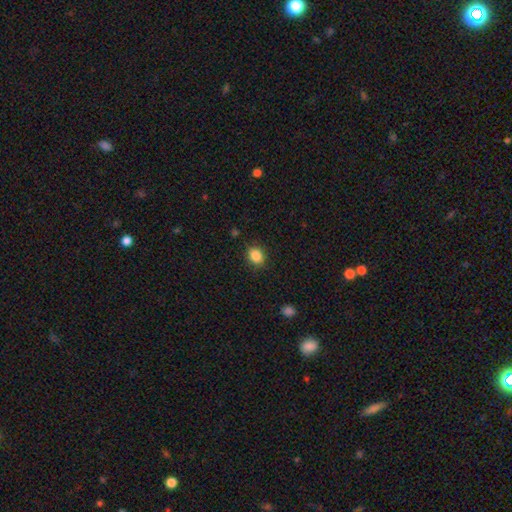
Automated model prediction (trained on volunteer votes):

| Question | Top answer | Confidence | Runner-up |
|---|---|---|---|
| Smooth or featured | smooth | 86% | star or artifact (10%) |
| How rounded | round | 62% | in between (37%) |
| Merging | none | 88% | minor disturbance (8%) |